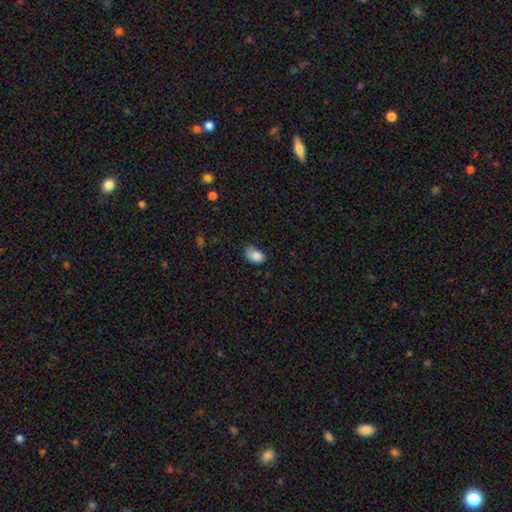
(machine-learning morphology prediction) smooth_or_featured: smooth (p=0.85) [alt: star or artifact p=0.09]
how_rounded: in between (p=0.86) [alt: round p=0.12]
merging: none (p=0.43) [alt: minor disturbance p=0.40]